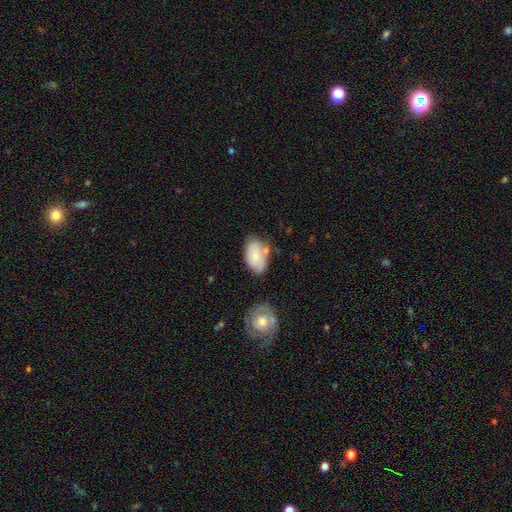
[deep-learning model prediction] Q: Smooth or featured?
A: smooth (73%); runner-up: featured or disk (21%)
Q: How rounded?
A: in between (92%); runner-up: round (7%)
Q: Merging?
A: none (56%); runner-up: minor disturbance (26%)